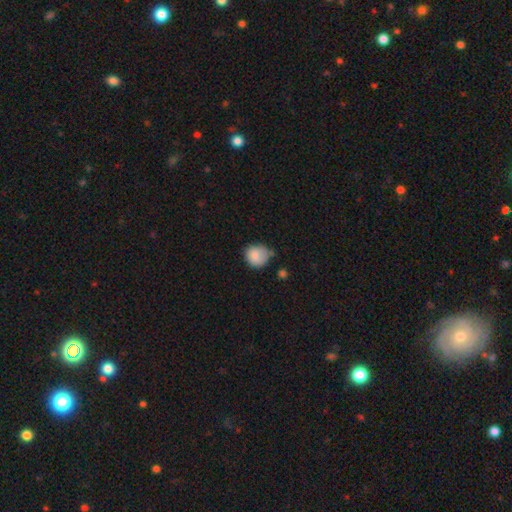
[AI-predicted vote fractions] Q: Smooth or featured?
A: smooth (84%); runner-up: featured or disk (8%)
Q: How rounded?
A: round (83%); runner-up: in between (16%)
Q: Merging?
A: none (55%); runner-up: minor disturbance (32%)